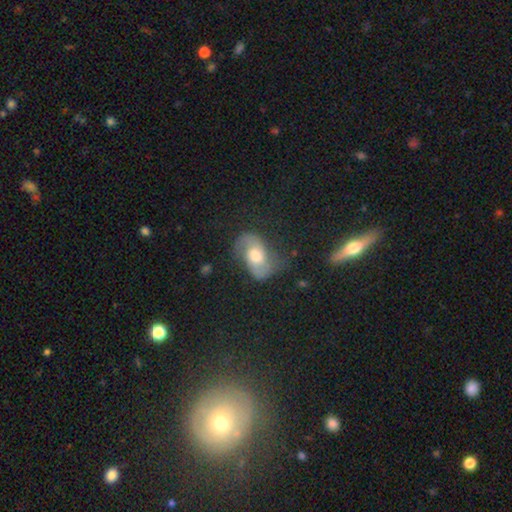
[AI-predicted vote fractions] smooth-or-featured: featured or disk: 71% | smooth: 21% | star or artifact: 9%
  disk-edge-on: no: 96% | yes: 4%
    bar: no: 57% | weak: 33% | strong: 10%
    has-spiral-arms: yes: 90% | no: 10%
      spiral-winding: medium: 42% (tied) | loose: 42% (tied) | tight: 15%
      spiral-arm-count: 2: 90% | can't tell: 4% | 1: 3% | 3: 1% | 4: 1% | more than 4: 1%
    bulge-size: moderate: 68% | large: 19% | small: 10% | dominant: 2% | none: 1%
  merging: none: 65% | minor disturbance: 21% | major disturbance: 12% | merger: 2%